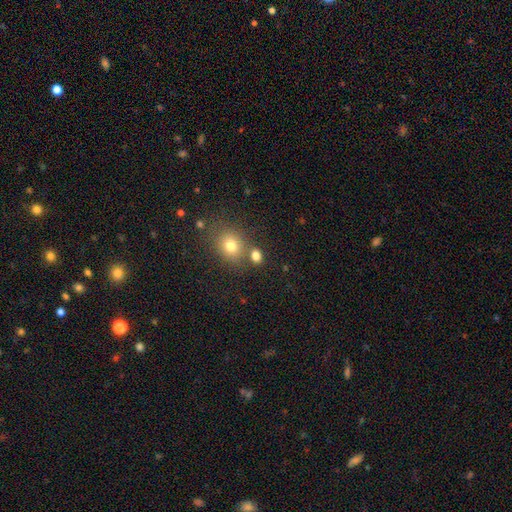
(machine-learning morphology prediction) Smooth or featured: smooth — 78% (star or artifact — 14%)
How rounded: round — 51% (in between — 48%)
Merging: none — 65% (merger — 20%)